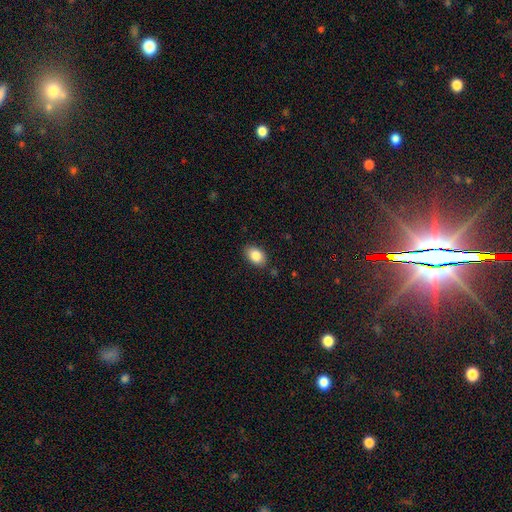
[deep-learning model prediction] The model was most divided on "merging": none: 86%, minor disturbance: 11%, major disturbance: 2%, merger: 1%. More confident: how rounded — in between (88%); smooth or featured — smooth (85%).